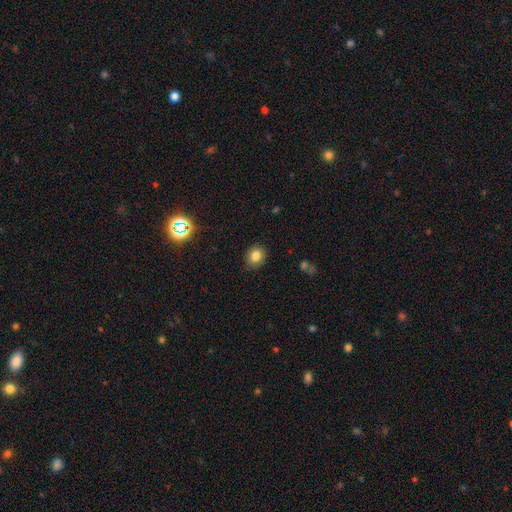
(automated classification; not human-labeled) Smooth or featured?
  - smooth: 81% *
  - star or artifact: 12%
  - featured or disk: 8%
How rounded?
  - round: 52% *
  - in between: 47%
  - cigar-shaped: 1%
Merging?
  - none: 87% *
  - minor disturbance: 10%
  - major disturbance: 2%
  - merger: 1%